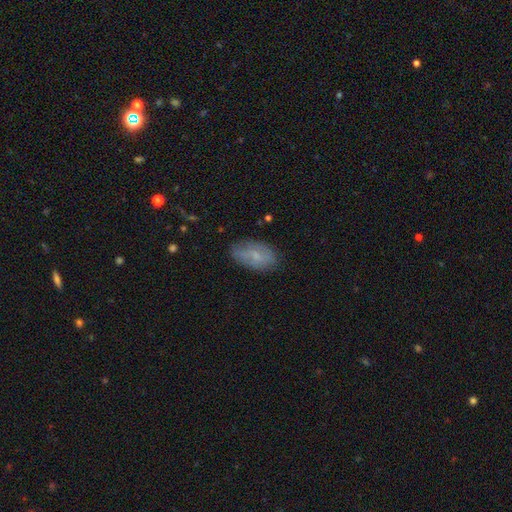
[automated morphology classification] Smooth or featured?
  - smooth: 59% *
  - featured or disk: 32%
  - star or artifact: 9%
How rounded?
  - in between: 91% *
  - round: 5%
  - cigar-shaped: 3%
Merging?
  - none: 72% *
  - minor disturbance: 20%
  - major disturbance: 6%
  - merger: 2%